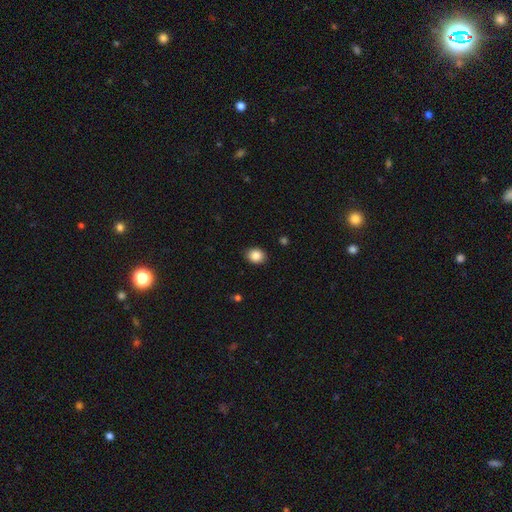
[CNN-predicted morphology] Smooth or featured? smooth (87%)
How rounded? round (54%)
Merging? none (89%)